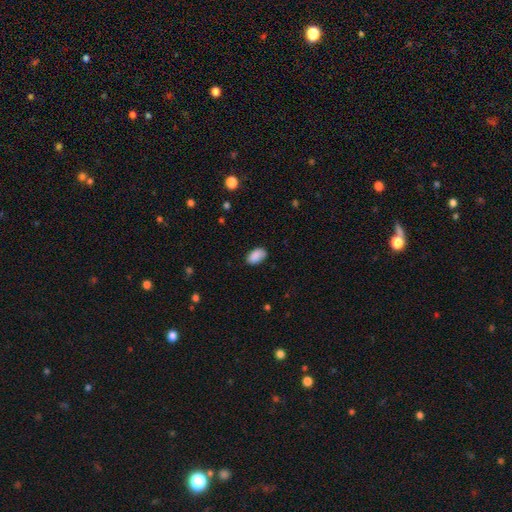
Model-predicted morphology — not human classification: This is clearly a smooth galaxy (86%). How rounded: clearly in between (92%). Merging: likely none (79%).